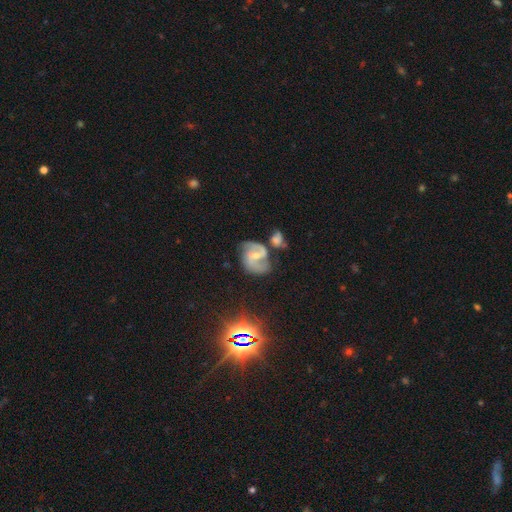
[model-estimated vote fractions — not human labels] Q: Smooth or featured?
A: featured or disk (83%); runner-up: smooth (9%)
Q: Edge-on disk?
A: no (98%); runner-up: yes (2%)
Q: Bar?
A: weak (50%); runner-up: strong (26%)
Q: Spiral arms?
A: yes (95%); runner-up: no (5%)
Q: Spiral winding?
A: medium (56%); runner-up: loose (23%)
Q: Spiral arm count?
A: 2 (89%); runner-up: can't tell (5%)
Q: Bulge size?
A: small (59%); runner-up: moderate (33%)
Q: Merging?
A: none (53%); runner-up: minor disturbance (19%)